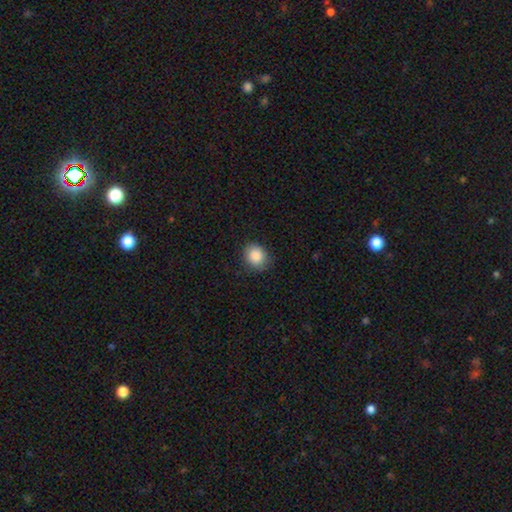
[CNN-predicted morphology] Overall: smooth (88%). How rounded: round (72%). Merging: none (84%).